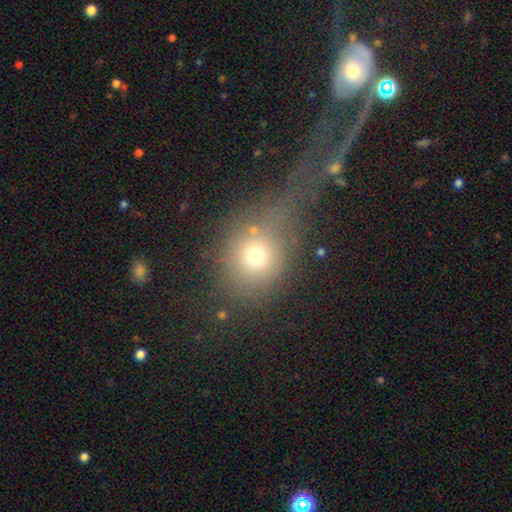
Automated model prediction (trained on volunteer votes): Smooth or featured?
  - smooth: 68% *
  - featured or disk: 16%
  - star or artifact: 16%
How rounded?
  - round: 68% *
  - in between: 30%
  - cigar-shaped: 2%
Merging?
  - none: 36% *
  - major disturbance: 29%
  - merger: 20%
  - minor disturbance: 15%